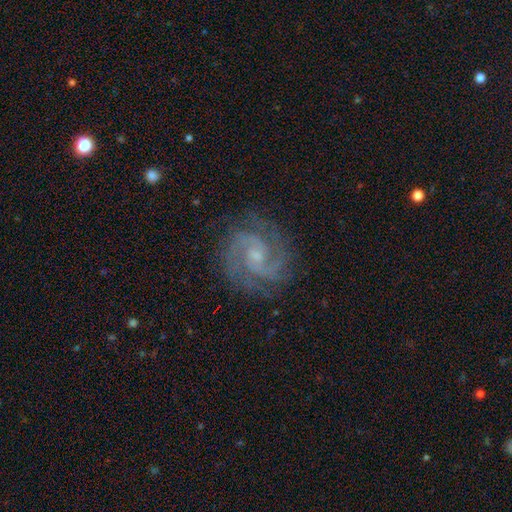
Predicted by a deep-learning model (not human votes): Q: Smooth or featured?
A: featured or disk (92%); runner-up: star or artifact (5%)
Q: Edge-on disk?
A: no (98%); runner-up: yes (2%)
Q: Bar?
A: no (52%); runner-up: weak (41%)
Q: Spiral arms?
A: yes (99%); runner-up: no (1%)
Q: Spiral winding?
A: medium (49%); runner-up: tight (44%)
Q: Spiral arm count?
A: 2 (77%); runner-up: 3 (12%)
Q: Bulge size?
A: small (66%); runner-up: moderate (25%)
Q: Merging?
A: none (82%); runner-up: minor disturbance (12%)